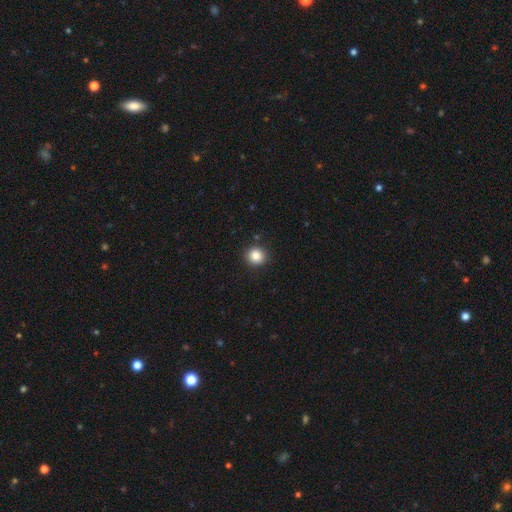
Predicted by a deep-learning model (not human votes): A smooth galaxy with no disk features (85%) that is round (89%). Merging: none (91%).